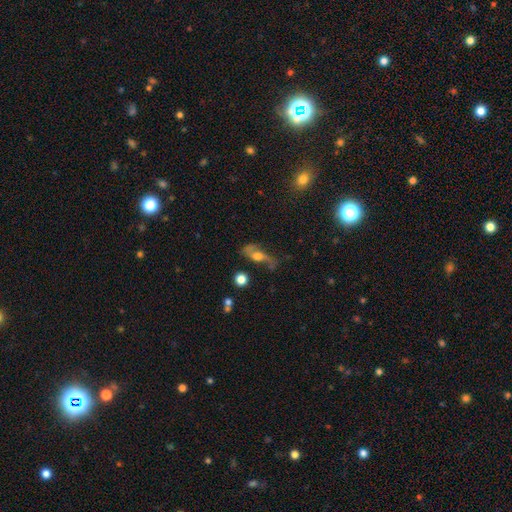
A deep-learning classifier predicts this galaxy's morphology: Q: Smooth or featured?
A: featured or disk (58%); runner-up: smooth (29%)
Q: Edge-on disk?
A: no (75%); runner-up: yes (25%)
Q: Merging?
A: none (47%); runner-up: minor disturbance (25%)